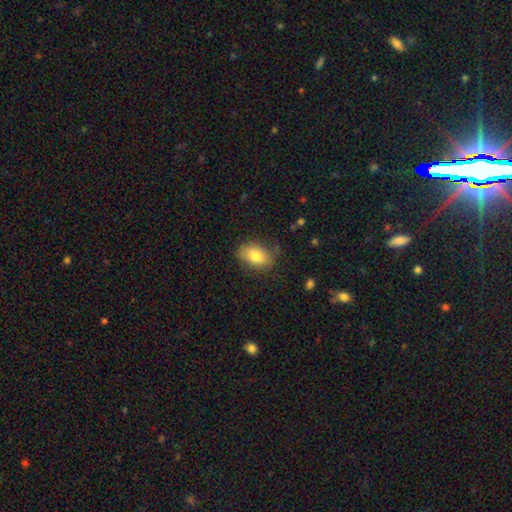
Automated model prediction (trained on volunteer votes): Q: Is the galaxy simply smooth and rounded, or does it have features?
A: smooth — 79%.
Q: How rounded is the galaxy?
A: in between — 86%.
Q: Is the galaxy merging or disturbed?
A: none — 74%.